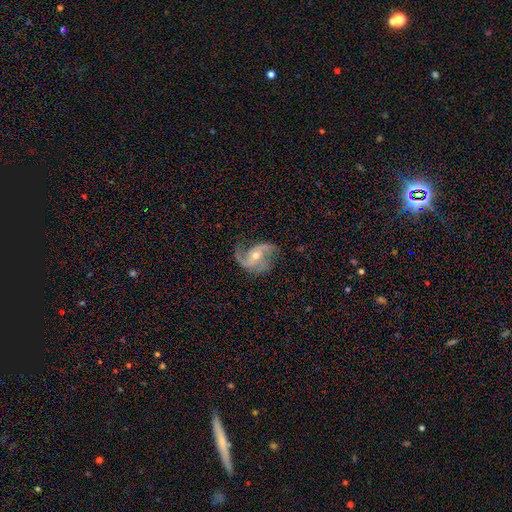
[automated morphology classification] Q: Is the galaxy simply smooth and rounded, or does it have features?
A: featured or disk — 88%.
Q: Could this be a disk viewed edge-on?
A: no — 97%.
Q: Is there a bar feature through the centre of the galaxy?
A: no — 42%.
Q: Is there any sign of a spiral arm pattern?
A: yes — 97%.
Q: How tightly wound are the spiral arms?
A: loose — 56%.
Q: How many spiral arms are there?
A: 2 — 79%.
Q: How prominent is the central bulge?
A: moderate — 49%.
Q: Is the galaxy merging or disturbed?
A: none — 65%.